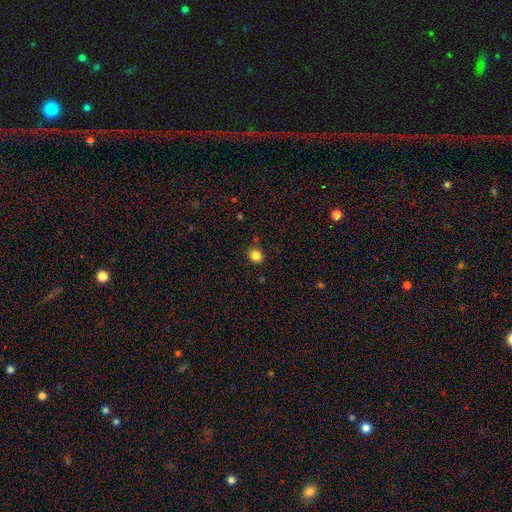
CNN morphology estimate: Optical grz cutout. It shows a smooth galaxy with no disk features (84%) that is round (78%). Merging: none (84%).